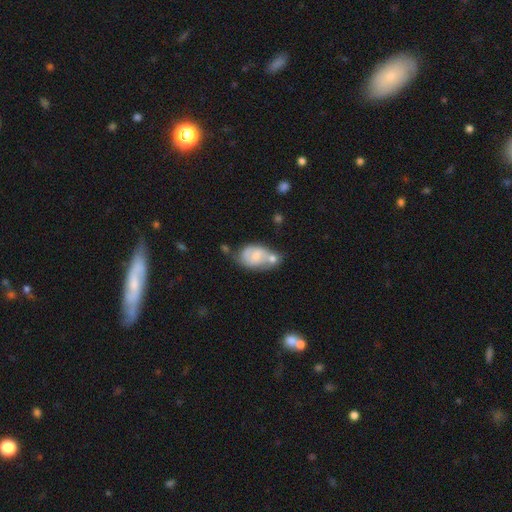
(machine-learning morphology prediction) smooth_or_featured: featured or disk (p=0.48) [alt: smooth p=0.44]
merging: merger (p=0.42) [alt: none p=0.27]